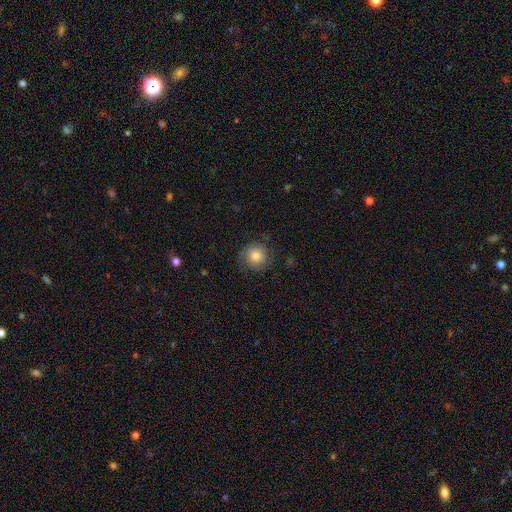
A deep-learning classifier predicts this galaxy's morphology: Overall: smooth (74%). How rounded: round (92%). Merging: none (76%).